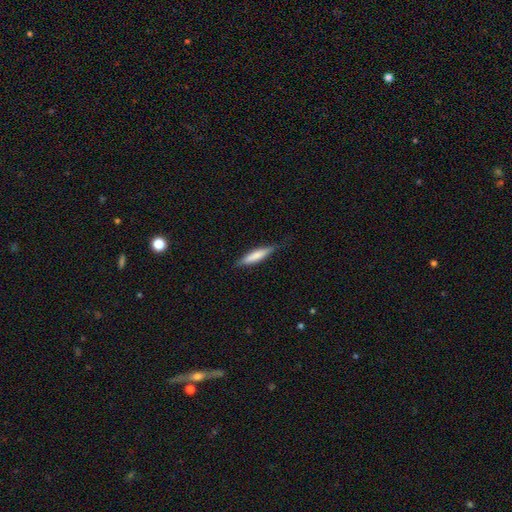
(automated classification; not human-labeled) Smooth or featured? Predicted: smooth (p=0.67). How rounded? Predicted: cigar-shaped (p=0.81). Merging? Predicted: none (p=0.81).